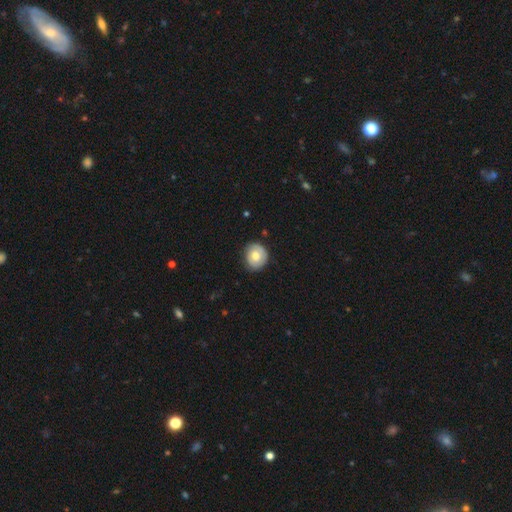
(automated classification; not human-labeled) Smooth or featured? smooth (66%)
How rounded? round (81%)
Merging? none (78%)